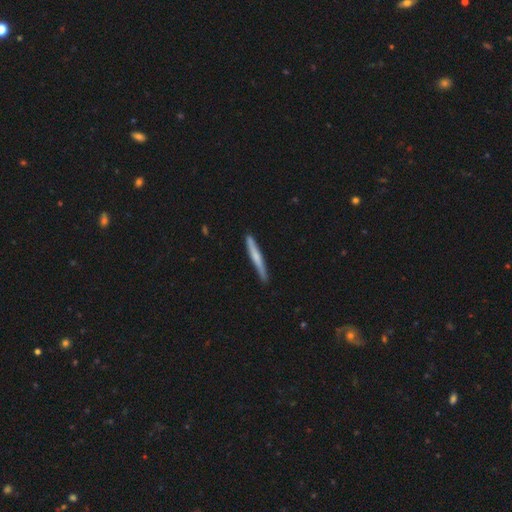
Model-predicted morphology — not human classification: smooth 54%, featured or disk 40%, star or artifact 5%. Down the decision tree: how rounded — cigar-shaped (96%); merging — none (84%).